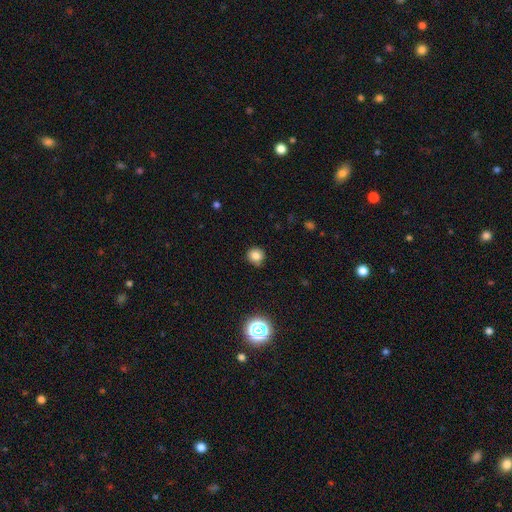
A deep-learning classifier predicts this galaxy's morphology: This is clearly a smooth galaxy (81%). How rounded: clearly round (87%). Merging: clearly none (83%).